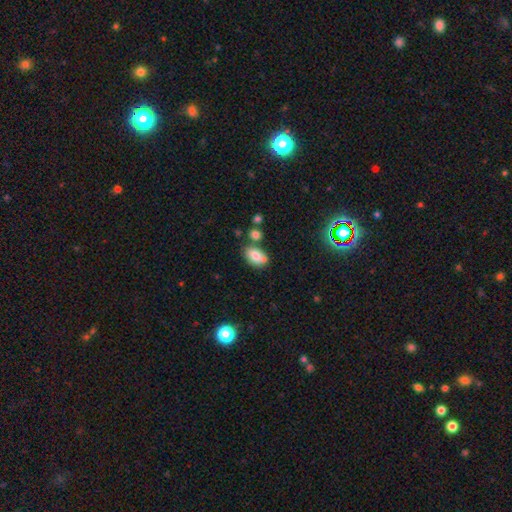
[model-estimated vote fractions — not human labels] Smooth or featured: smooth — 77% (featured or disk — 14%)
How rounded: in between — 89% (round — 9%)
Merging: none — 58% (minor disturbance — 20%)